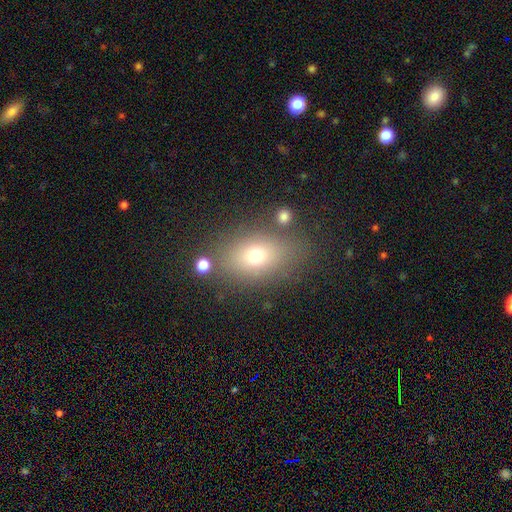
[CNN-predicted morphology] smooth_or_featured: smooth (p=0.70) [alt: featured or disk p=0.16]
how_rounded: in between (p=0.74) [alt: round p=0.24]
merging: none (p=0.76) [alt: minor disturbance p=0.13]